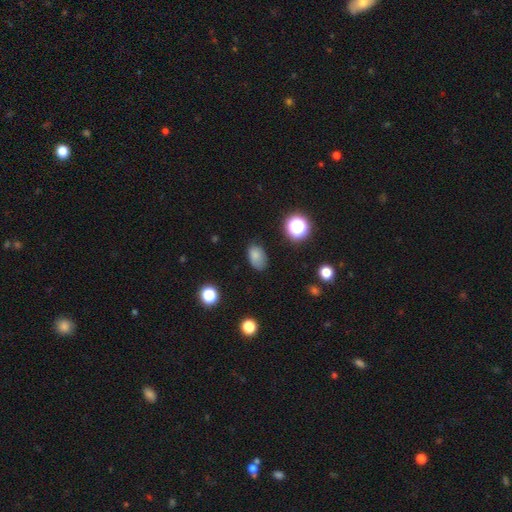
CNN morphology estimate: This appears to be a smooth galaxy with no disk features (79%) that is in between round and cigar-shaped (85%). Merging: none (73%).